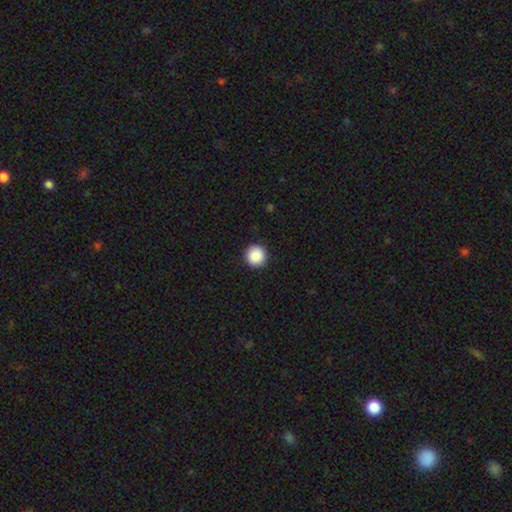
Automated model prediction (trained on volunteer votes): Smooth or featured? Predicted: smooth (p=0.89). How rounded? Predicted: round (p=0.96). Merging? Predicted: none (p=0.93).